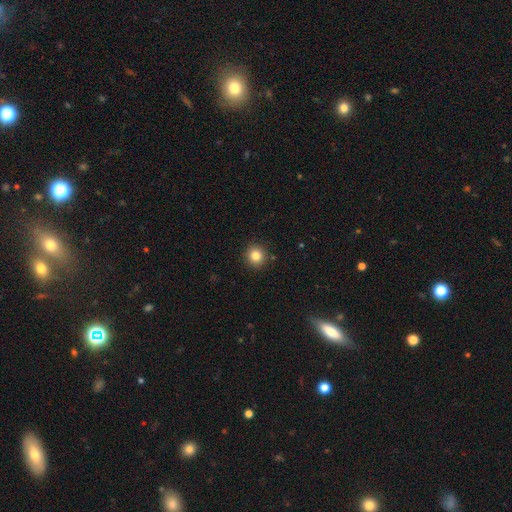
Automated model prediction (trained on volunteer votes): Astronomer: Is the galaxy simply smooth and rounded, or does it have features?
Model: smooth — 83%.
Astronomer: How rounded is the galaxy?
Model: round — 93%.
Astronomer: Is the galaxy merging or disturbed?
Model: none — 91%.